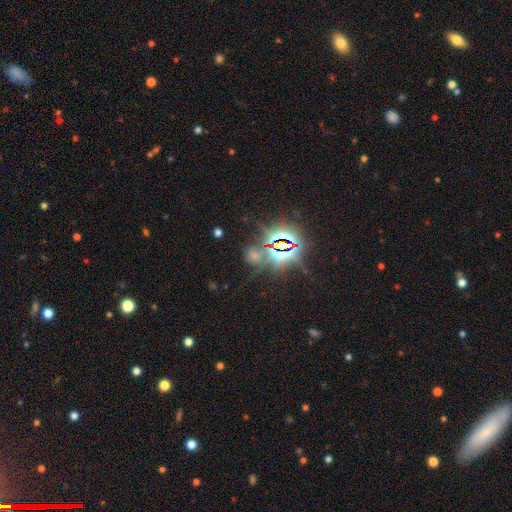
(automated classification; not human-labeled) star or artifact 78%, smooth 14%, featured or disk 9%.